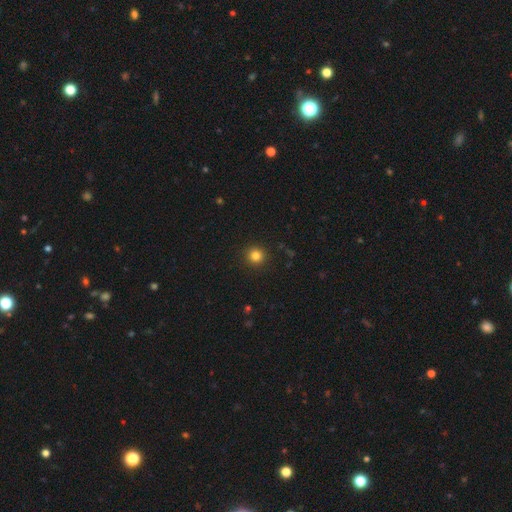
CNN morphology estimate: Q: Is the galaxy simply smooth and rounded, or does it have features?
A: smooth — 82%.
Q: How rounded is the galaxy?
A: round — 95%.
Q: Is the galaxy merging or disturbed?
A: none — 92%.